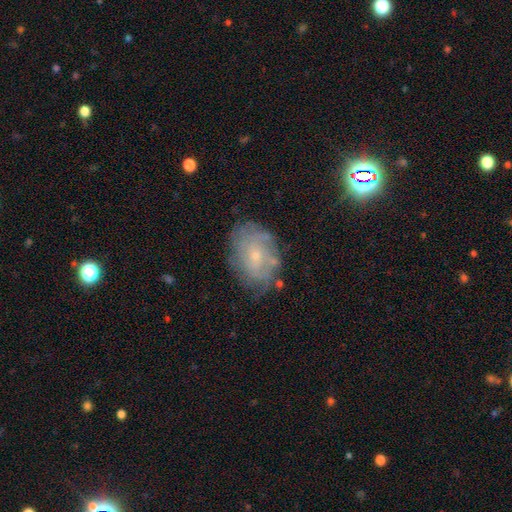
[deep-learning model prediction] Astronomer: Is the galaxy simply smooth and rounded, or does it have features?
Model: featured or disk — 58%.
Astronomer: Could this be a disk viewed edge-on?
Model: no — 95%.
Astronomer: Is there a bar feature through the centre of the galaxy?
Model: no — 78%.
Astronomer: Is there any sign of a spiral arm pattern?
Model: yes — 67%.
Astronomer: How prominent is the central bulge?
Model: small — 76%.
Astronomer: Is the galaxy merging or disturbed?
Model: none — 70%.